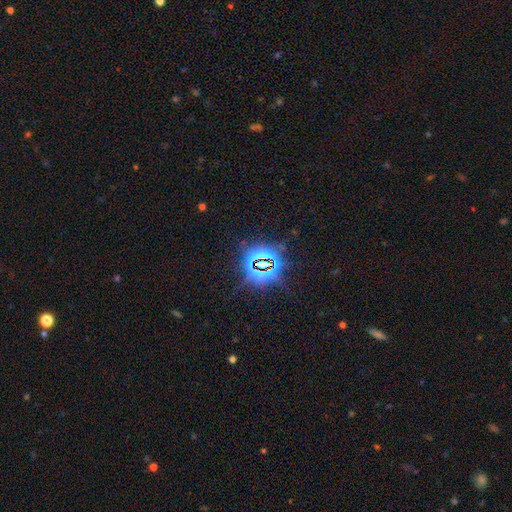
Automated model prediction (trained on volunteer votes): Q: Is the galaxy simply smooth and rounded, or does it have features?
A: star or artifact — 84%.